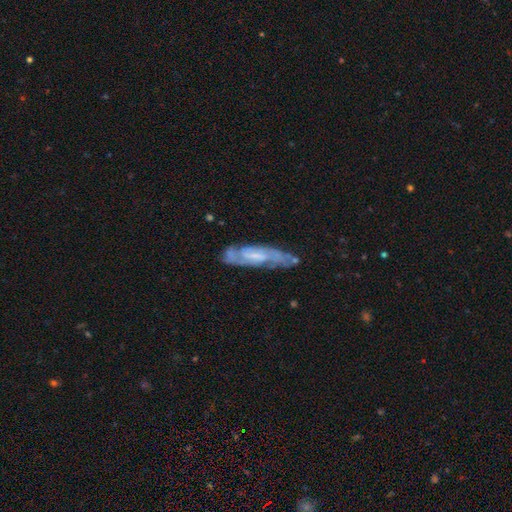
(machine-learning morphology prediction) The model was most divided on "bar": weak: 44%, no: 42%, strong: 15%. More confident: spiral arms — yes (90%); smooth or featured — featured or disk (76%); edge-on disk — no (73%); merging — none (71%); bulge size — small (51%).